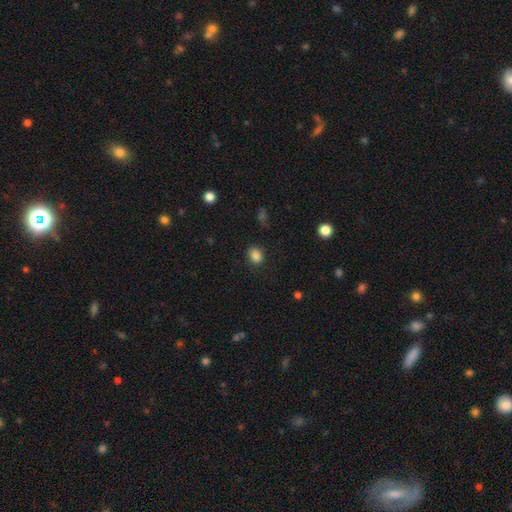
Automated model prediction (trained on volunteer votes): Q: Smooth or featured?
A: smooth (85%); runner-up: star or artifact (11%)
Q: How rounded?
A: round (51%); runner-up: in between (48%)
Q: Merging?
A: none (84%); runner-up: minor disturbance (12%)